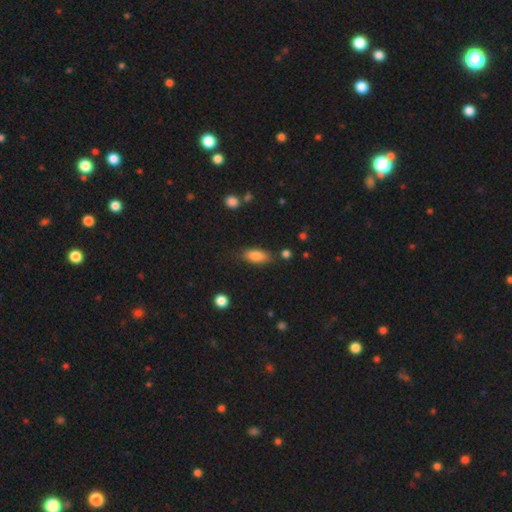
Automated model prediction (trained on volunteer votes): A smooth galaxy with no disk features (83%) that is in between round and cigar-shaped (80%). Merging: none (76%).